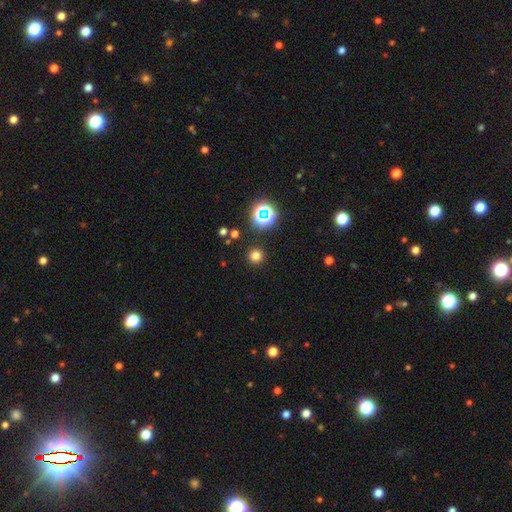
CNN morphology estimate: smooth-or-featured: smooth: 73% | star or artifact: 21% | featured or disk: 5%
  how-rounded: round: 95% | in between: 4% | cigar-shaped: 1%
  merging: none: 91% | minor disturbance: 5% | major disturbance: 2% | merger: 2%